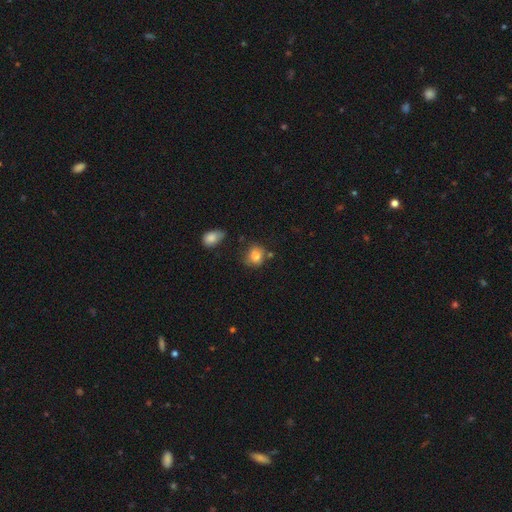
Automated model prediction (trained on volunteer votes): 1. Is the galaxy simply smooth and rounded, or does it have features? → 80% smooth, 10% star or artifact, 10% featured or disk.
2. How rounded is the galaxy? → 66% round, 32% in between, 1% cigar-shaped.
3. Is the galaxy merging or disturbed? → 60% none, 24% minor disturbance, 9% merger, 7% major disturbance.